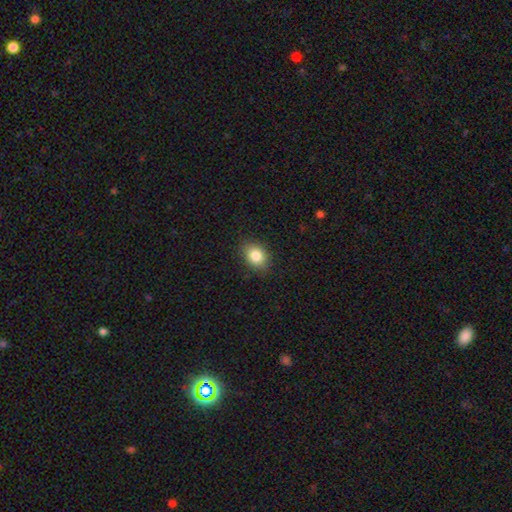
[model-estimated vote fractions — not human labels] smooth-or-featured: smooth: 84% | star or artifact: 9% | featured or disk: 7%
  how-rounded: in between: 65% | round: 34% | cigar-shaped: 1%
  merging: none: 86% | minor disturbance: 10% | major disturbance: 2% | merger: 1%